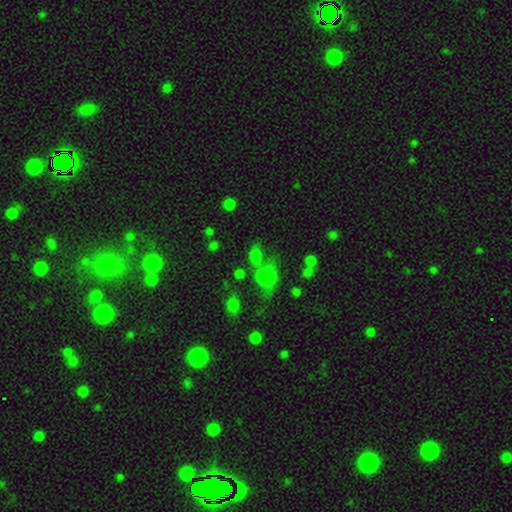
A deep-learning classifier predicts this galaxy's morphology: The model was most divided on "how rounded": round: 54%, in between: 43%, cigar-shaped: 2%. Remaining: smooth or featured — smooth (67%); merging — none (48%).